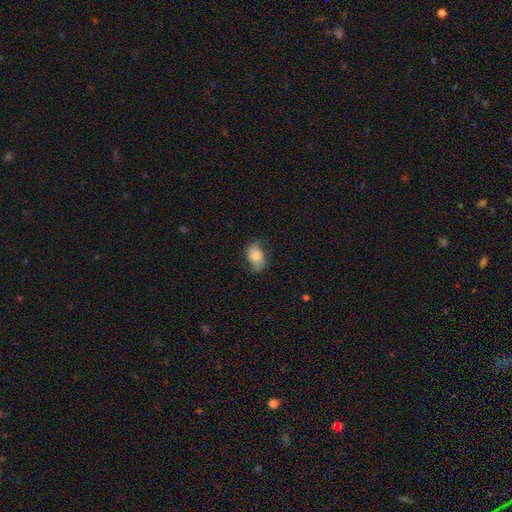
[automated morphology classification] This appears to be a smooth galaxy with no disk features (75%) that is in between round and cigar-shaped (88%). Merging: none (66%).